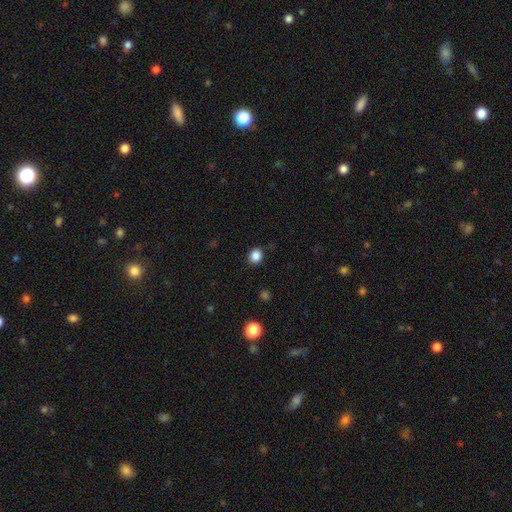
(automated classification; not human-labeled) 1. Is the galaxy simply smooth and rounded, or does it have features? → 86% smooth, 11% star or artifact, 3% featured or disk.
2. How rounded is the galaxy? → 82% round, 17% in between, 1% cigar-shaped.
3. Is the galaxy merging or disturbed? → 89% none, 7% minor disturbance, 2% major disturbance, 1% merger.